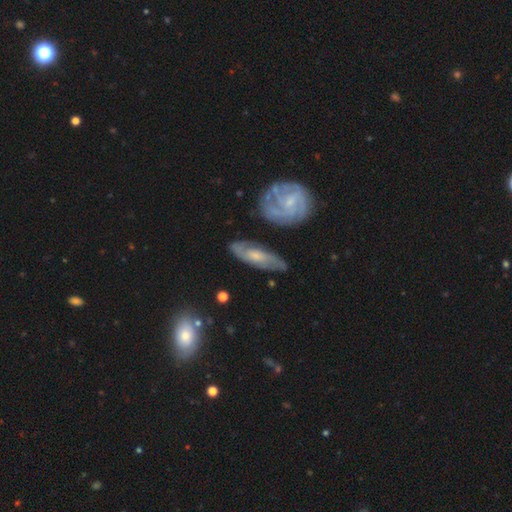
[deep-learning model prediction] Q: Smooth or featured?
A: featured or disk (67%); runner-up: smooth (26%)
Q: Edge-on disk?
A: no (80%); runner-up: yes (20%)
Q: Bar?
A: no (56%); runner-up: weak (37%)
Q: Spiral arms?
A: yes (87%); runner-up: no (13%)
Q: Bulge size?
A: small (43%); runner-up: moderate (42%)
Q: Merging?
A: none (74%); runner-up: minor disturbance (16%)